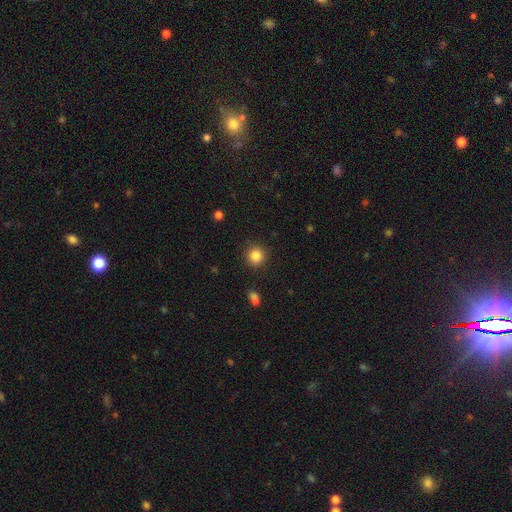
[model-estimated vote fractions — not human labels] A smooth galaxy with no disk features (86%) that is round (91%).

Vote fractions:
- Smooth or featured? smooth: 86% / star or artifact: 10% / featured or disk: 4%
- How rounded? round: 91% / in between: 8% / cigar-shaped: 1%
- Merging? none: 88% / minor disturbance: 7% / major disturbance: 3% / merger: 1%